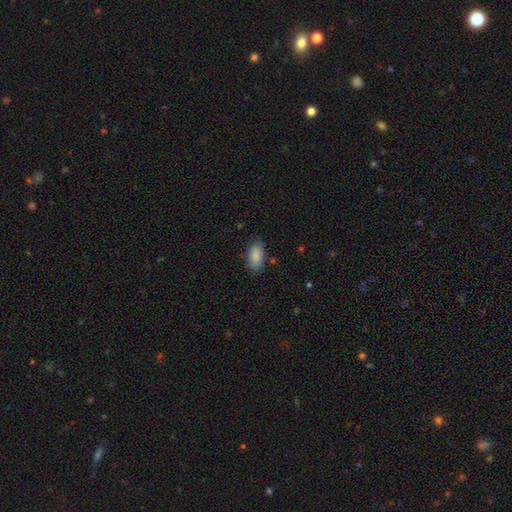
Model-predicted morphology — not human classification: This is clearly a smooth galaxy (89%). How rounded: clearly in between (93%). Merging: clearly none (84%).